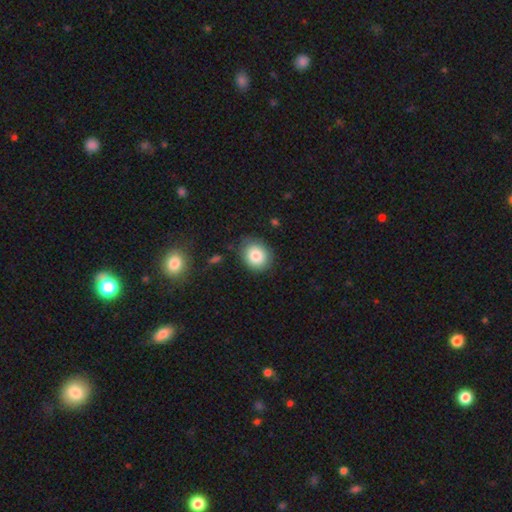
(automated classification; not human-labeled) Smooth or featured: smooth — 82% (featured or disk — 9%)
How rounded: round — 61% (in between — 38%)
Merging: none — 81% (minor disturbance — 14%)